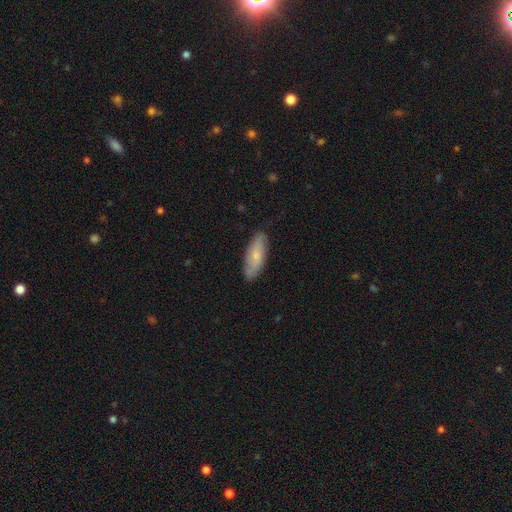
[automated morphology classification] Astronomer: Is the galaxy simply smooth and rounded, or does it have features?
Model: smooth — 60%.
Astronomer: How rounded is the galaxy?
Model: in between — 68%.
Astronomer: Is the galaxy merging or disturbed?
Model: none — 83%.